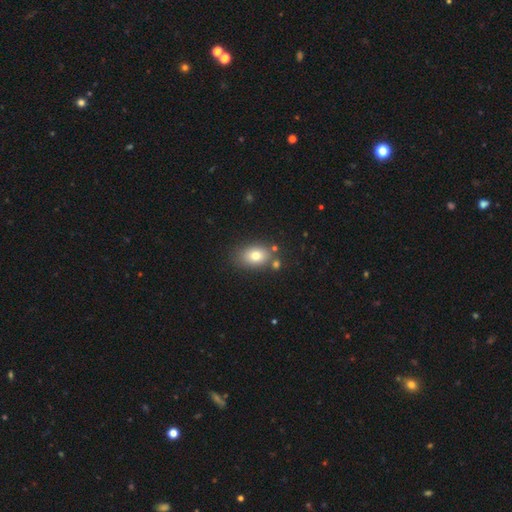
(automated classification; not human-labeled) A smooth galaxy with no disk features (76%) that is in between round and cigar-shaped (76%). Merging: none (72%).